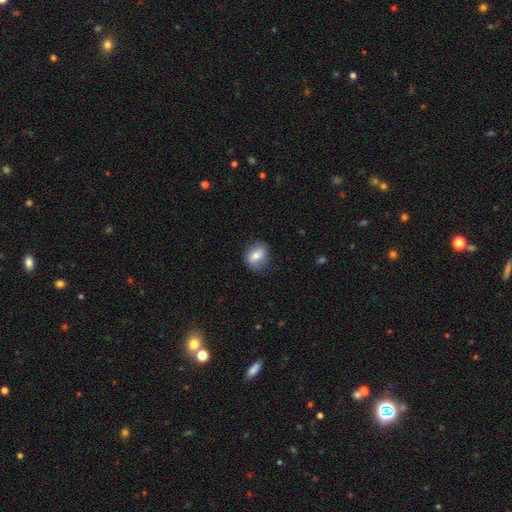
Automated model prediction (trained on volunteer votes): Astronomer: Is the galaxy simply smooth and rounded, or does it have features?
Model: smooth — 67%.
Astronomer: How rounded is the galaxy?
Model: round — 55% (runner-up: in between, 44%).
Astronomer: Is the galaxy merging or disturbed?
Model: none — 79%.